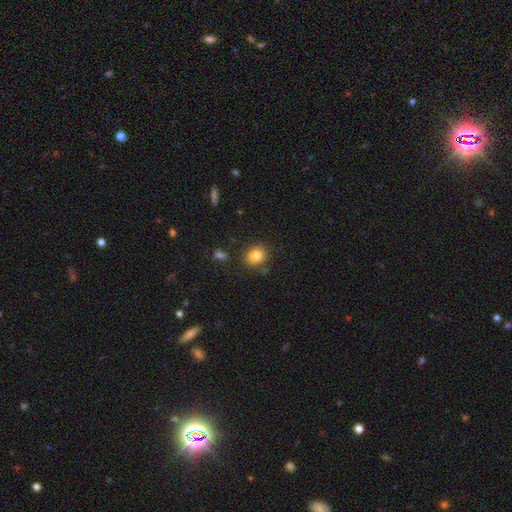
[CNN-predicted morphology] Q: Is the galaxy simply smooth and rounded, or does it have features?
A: smooth — 83%.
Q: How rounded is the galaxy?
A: round — 59%.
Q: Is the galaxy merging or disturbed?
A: none — 81%.